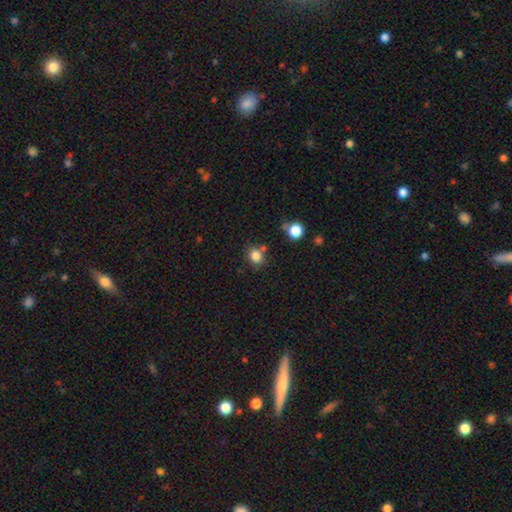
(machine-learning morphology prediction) smooth_or_featured: smooth (p=0.83) [alt: star or artifact p=0.12]
how_rounded: round (p=0.75) [alt: in between p=0.24]
merging: none (p=0.72) [alt: minor disturbance p=0.12]